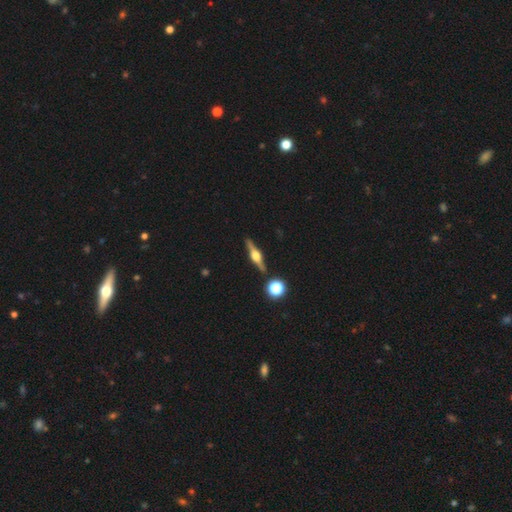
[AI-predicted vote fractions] The model was most divided on "smooth or featured": featured or disk: 78%, smooth: 15%, star or artifact: 7%. More confident: edge-on disk — yes (98%); edge-on bulge — rounded (94%); merging — none (89%).